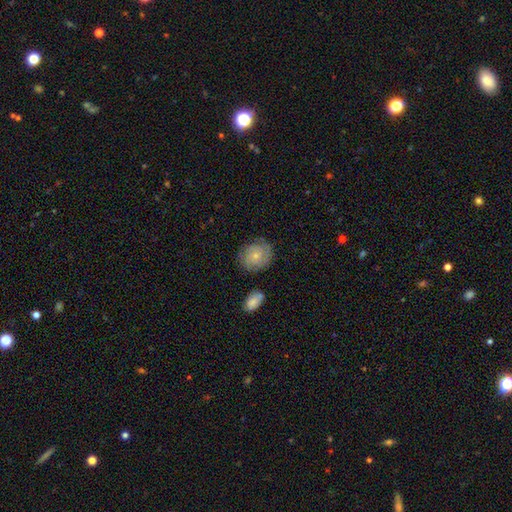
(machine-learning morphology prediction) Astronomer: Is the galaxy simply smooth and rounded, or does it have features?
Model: featured or disk — 48% (runner-up: smooth, 45%).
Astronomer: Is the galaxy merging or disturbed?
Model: none — 75%.